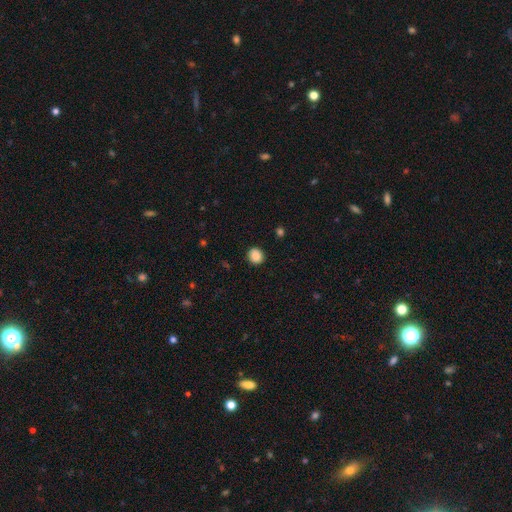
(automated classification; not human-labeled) This appears to be a smooth galaxy with no disk features (87%) that is round (88%). Merging: none (92%).